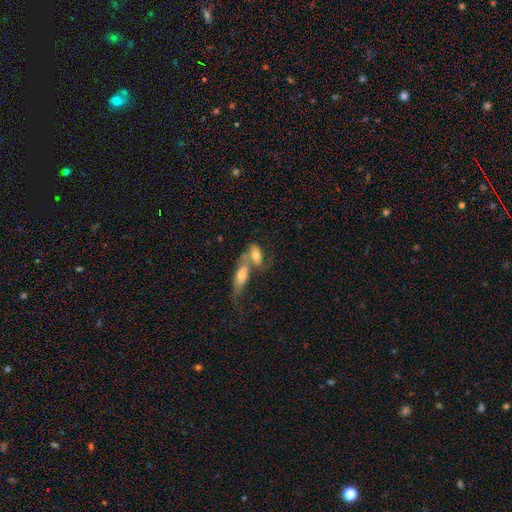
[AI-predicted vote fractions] smooth-or-featured: smooth: 62% | featured or disk: 30% | star or artifact: 8%
  how-rounded: in between: 82% | cigar-shaped: 10% | round: 8%
  merging: merger: 69% | none: 17% | minor disturbance: 7% | major disturbance: 7%